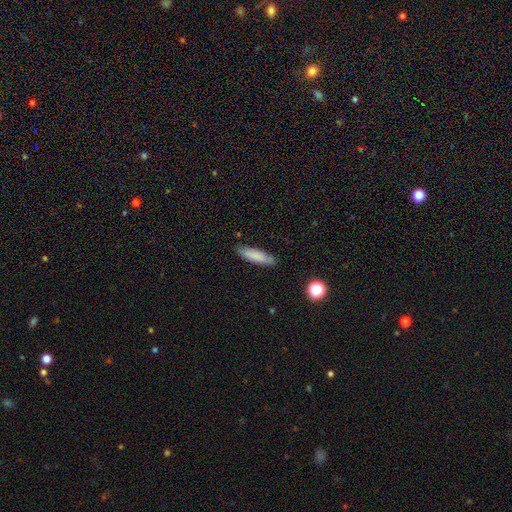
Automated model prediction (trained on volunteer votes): Smooth or featured?
  - smooth: 83% *
  - featured or disk: 10%
  - star or artifact: 7%
How rounded?
  - cigar-shaped: 71% *
  - in between: 28%
  - round: 1%
Merging?
  - none: 86% *
  - minor disturbance: 10%
  - major disturbance: 2%
  - merger: 1%